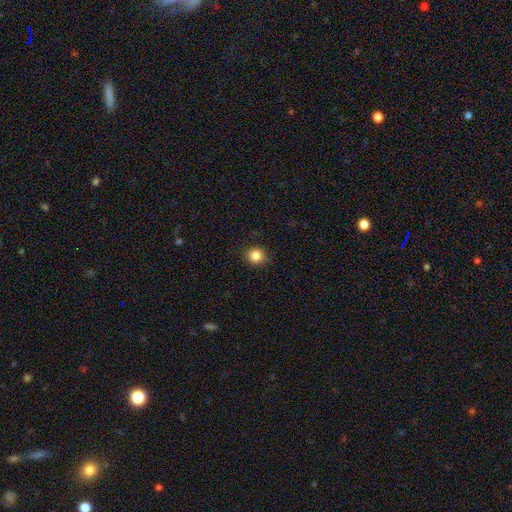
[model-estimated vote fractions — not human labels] Smooth or featured? smooth (85%)
How rounded? round (89%)
Merging? none (89%)